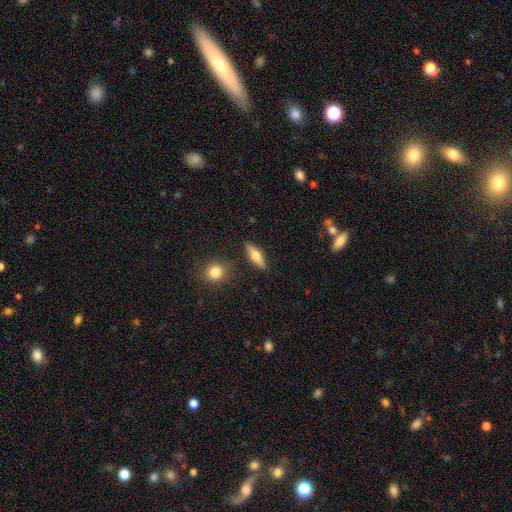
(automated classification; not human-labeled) Smooth or featured? Predicted: smooth (p=0.53). How rounded? Predicted: cigar-shaped (p=0.55). Merging? Predicted: none (p=0.86).